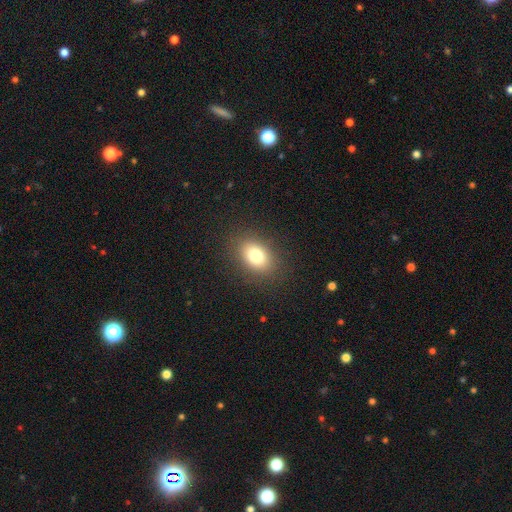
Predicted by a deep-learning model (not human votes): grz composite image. It shows a smooth galaxy with no disk features (80%) that is in between round and cigar-shaped (75%). Merging: none (86%).